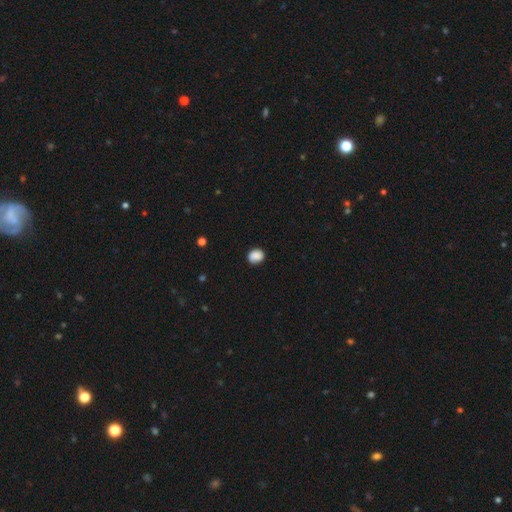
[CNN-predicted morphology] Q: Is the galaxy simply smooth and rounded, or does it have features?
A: smooth — 87%.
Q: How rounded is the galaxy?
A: round — 65%.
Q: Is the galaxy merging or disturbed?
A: none — 82%.